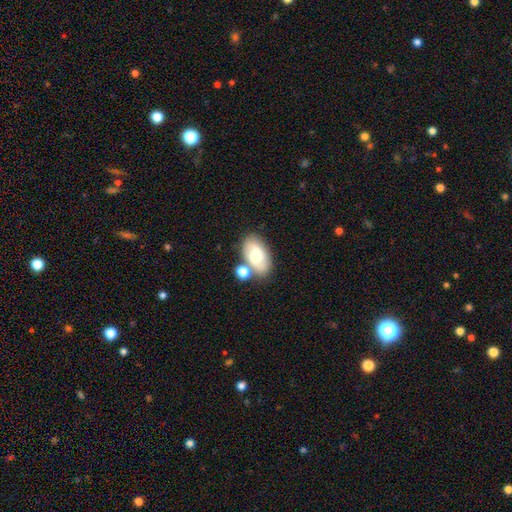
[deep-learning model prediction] Smooth or featured?
  - smooth: 48% *
  - featured or disk: 44%
  - star or artifact: 8%
Merging?
  - none: 60% *
  - merger: 19%
  - minor disturbance: 16%
  - major disturbance: 5%